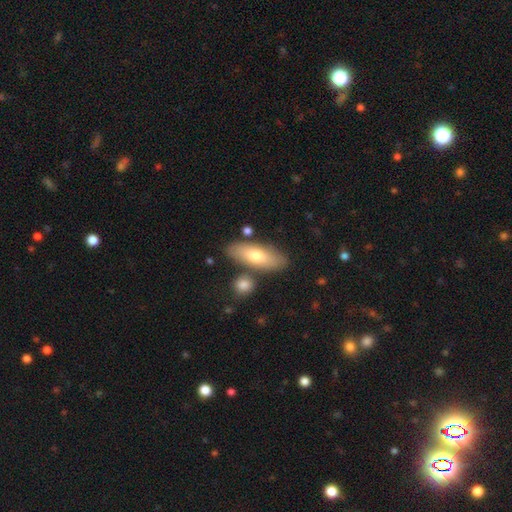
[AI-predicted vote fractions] Morphology: type=smooth (67%); roundness=in between (67%); merging=none (79%).